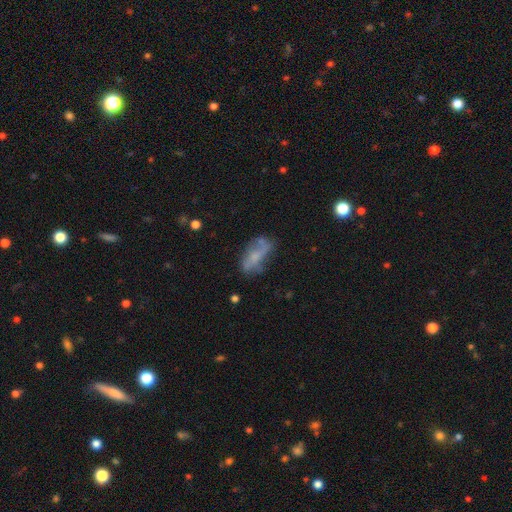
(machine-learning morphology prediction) smooth_or_featured: featured or disk (p=0.54) [alt: smooth p=0.37]
disk_edge_on: no (p=0.90) [alt: yes p=0.10]
merging: none (p=0.55) [alt: minor disturbance p=0.25]